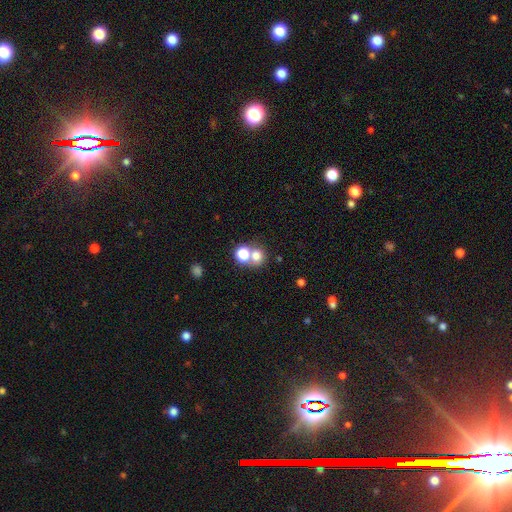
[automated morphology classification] smooth 72%, star or artifact 17%, featured or disk 10%. Down the decision tree: how rounded — round (82%); merging — none (47%).